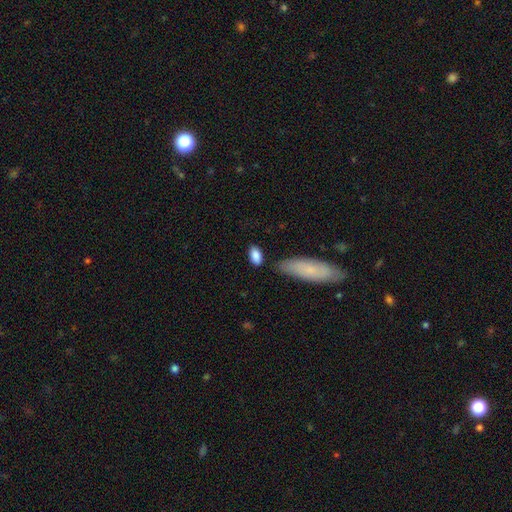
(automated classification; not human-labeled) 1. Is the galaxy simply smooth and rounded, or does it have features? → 86% smooth, 7% featured or disk, 7% star or artifact.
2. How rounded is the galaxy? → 89% in between, 7% cigar-shaped, 4% round.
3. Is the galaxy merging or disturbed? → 74% none, 16% minor disturbance, 6% merger, 4% major disturbance.